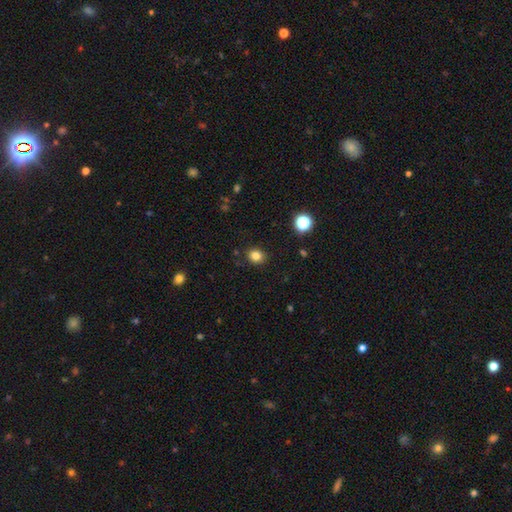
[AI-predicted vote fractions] Overall: smooth (82%). How rounded: round (70%). Merging: none (89%).